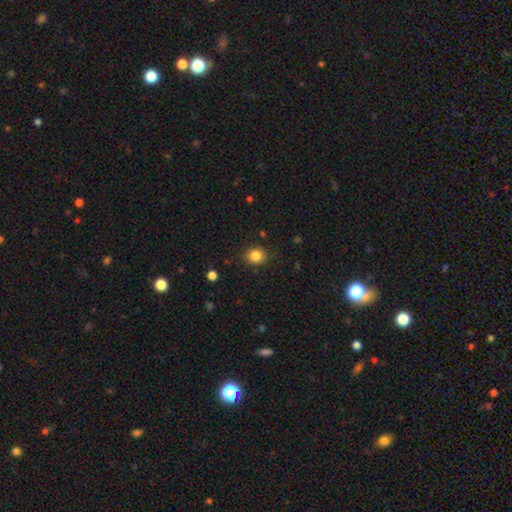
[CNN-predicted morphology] This appears to be a smooth galaxy with no disk features (84%) that is round (79%). Merging: none (88%).